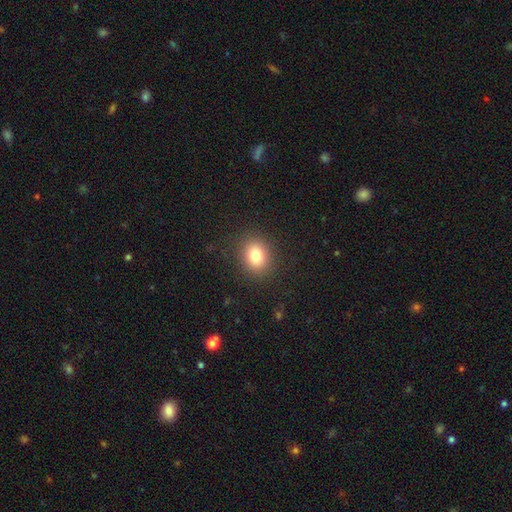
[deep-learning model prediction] A smooth galaxy with no disk features (82%) that is round (56%).

Vote fractions:
- Smooth or featured? smooth: 82% / star or artifact: 11% / featured or disk: 7%
- How rounded? round: 56% / in between: 43% / cigar-shaped: 1%
- Merging? none: 88% / minor disturbance: 8% / major disturbance: 3% / merger: 1%